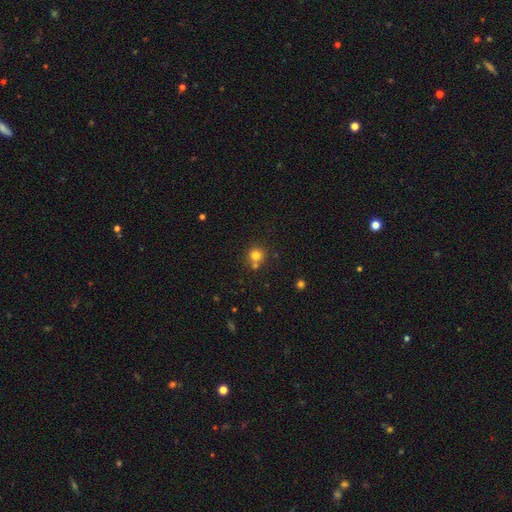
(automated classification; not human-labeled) Smooth or featured: smooth — 78% (star or artifact — 14%)
How rounded: round — 90% (in between — 9%)
Merging: none — 65% (merger — 23%)